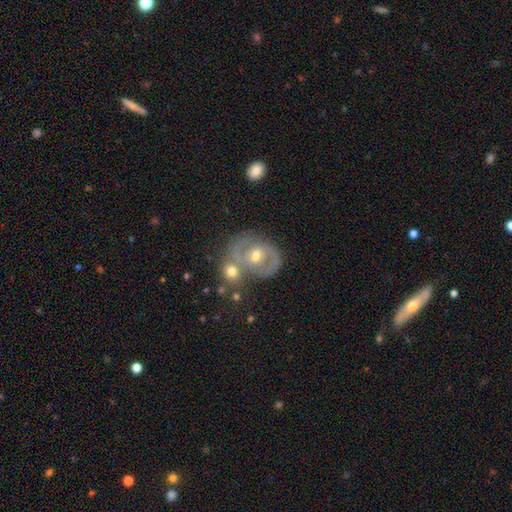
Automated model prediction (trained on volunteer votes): Smooth or featured: featured or disk — 72% (smooth — 19%)
Edge-on disk: no — 96% (yes — 4%)
Bar: no — 66% (weak — 25%)
Spiral arms: yes — 70% (no — 30%)
Bulge size: moderate — 70% (small — 23%)
Merging: none — 53% (merger — 25%)